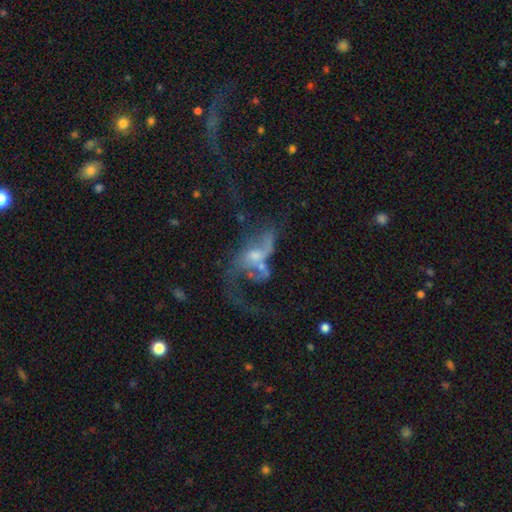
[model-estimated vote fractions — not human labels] Smooth or featured? Predicted: featured or disk (p=0.72). Edge-on disk? Predicted: no (p=0.95). Bar? Predicted: no (p=0.63). Spiral arms? Predicted: yes (p=0.68). Bulge size? Predicted: moderate (p=0.42). Merging? Predicted: major disturbance (p=0.45).